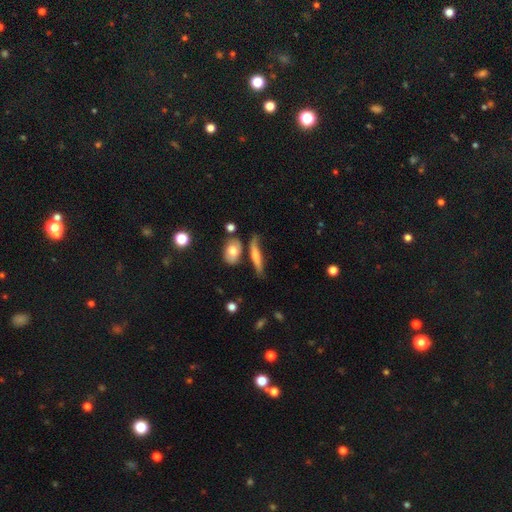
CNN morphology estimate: Q: Smooth or featured?
A: smooth (54%); runner-up: featured or disk (39%)
Q: How rounded?
A: cigar-shaped (70%); runner-up: in between (25%)
Q: Merging?
A: none (56%); runner-up: minor disturbance (22%)